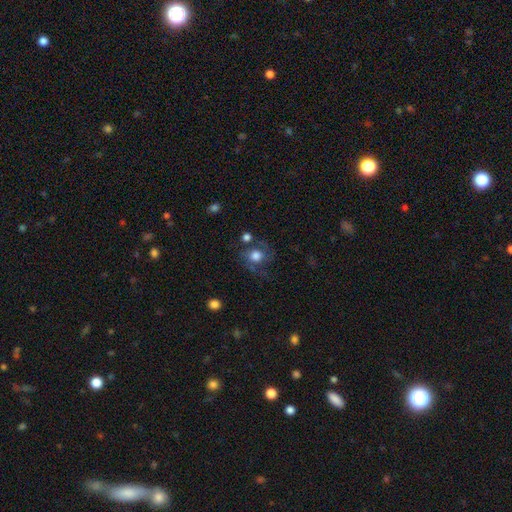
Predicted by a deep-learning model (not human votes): Smooth or featured?
  - smooth: 48% *
  - featured or disk: 42%
  - star or artifact: 10%
Merging?
  - none: 58% *
  - minor disturbance: 20%
  - major disturbance: 16%
  - merger: 6%